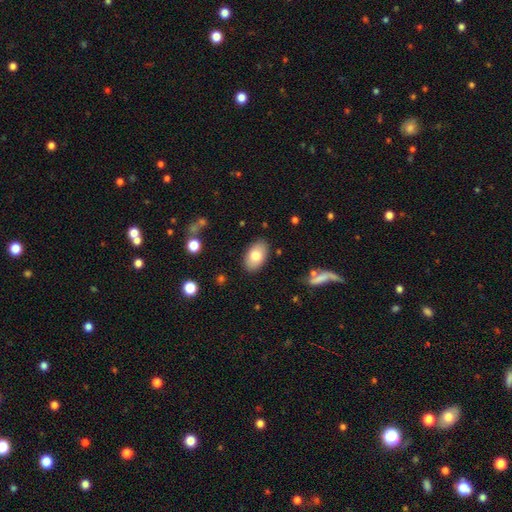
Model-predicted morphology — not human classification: Smooth or featured: smooth — 78% (featured or disk — 15%)
How rounded: in between — 93% (round — 6%)
Merging: none — 86% (minor disturbance — 10%)